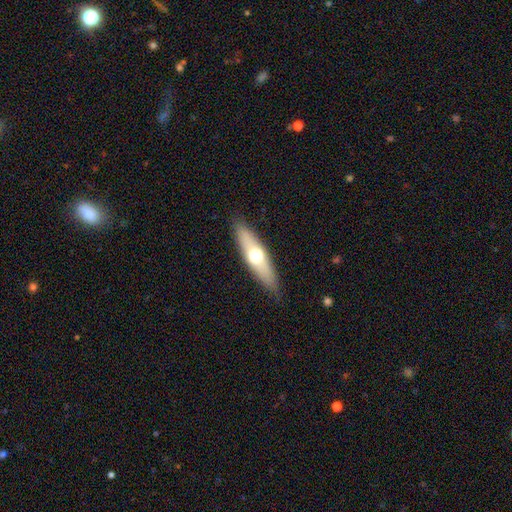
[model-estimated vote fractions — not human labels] smooth 51%, featured or disk 43%, star or artifact 6%. Down the decision tree: how rounded — cigar-shaped (64%); merging — none (86%).